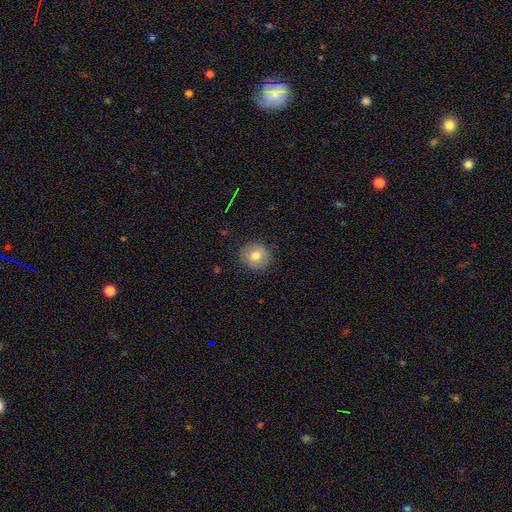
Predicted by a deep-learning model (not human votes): A smooth galaxy with no disk features (75%) that is round (91%). Merging: none (88%).